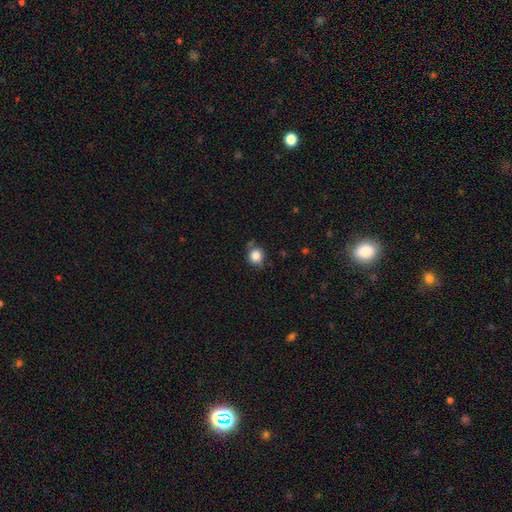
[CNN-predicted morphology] Smooth or featured? Predicted: smooth (p=0.83). How rounded? Predicted: round (p=0.85). Merging? Predicted: none (p=0.72).